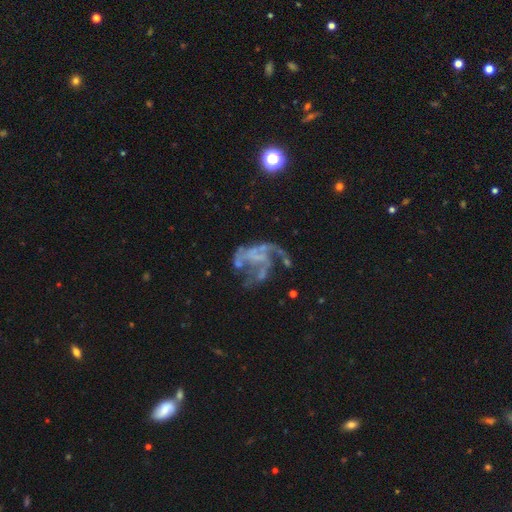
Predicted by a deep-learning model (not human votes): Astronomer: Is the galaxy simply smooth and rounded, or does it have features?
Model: featured or disk — 78%.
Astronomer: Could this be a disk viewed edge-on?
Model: no — 98%.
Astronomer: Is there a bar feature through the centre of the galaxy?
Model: no — 66%.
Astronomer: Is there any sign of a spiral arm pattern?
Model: yes — 72%.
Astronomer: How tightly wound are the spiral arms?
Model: loose — 53% (runner-up: medium, 32%).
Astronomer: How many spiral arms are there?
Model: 2 — 29% (runner-up: 3, 22%).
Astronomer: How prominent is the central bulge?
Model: none — 78%.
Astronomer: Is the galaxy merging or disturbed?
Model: major disturbance — 44% (runner-up: none, 33%).